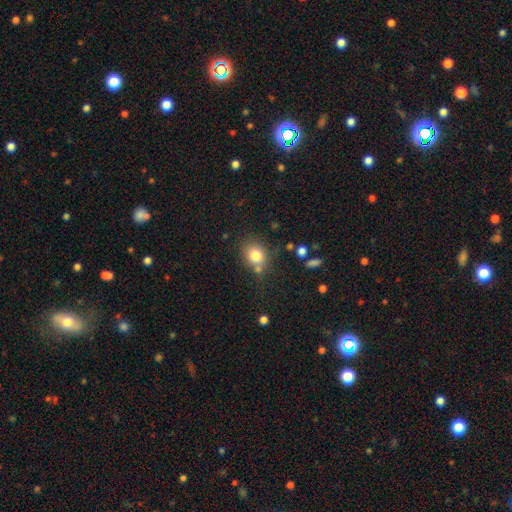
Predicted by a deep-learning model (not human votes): smooth 80%, star or artifact 11%, featured or disk 9%. Down the decision tree: how rounded — round (65%); merging — none (65%).